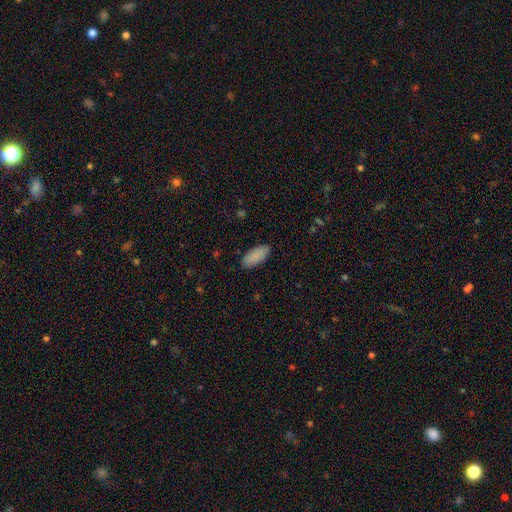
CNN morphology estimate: Smooth or featured?
  - smooth: 88% *
  - star or artifact: 6%
  - featured or disk: 6%
How rounded?
  - in between: 89% *
  - cigar-shaped: 9%
  - round: 2%
Merging?
  - none: 87% *
  - minor disturbance: 10%
  - major disturbance: 2%
  - merger: 1%